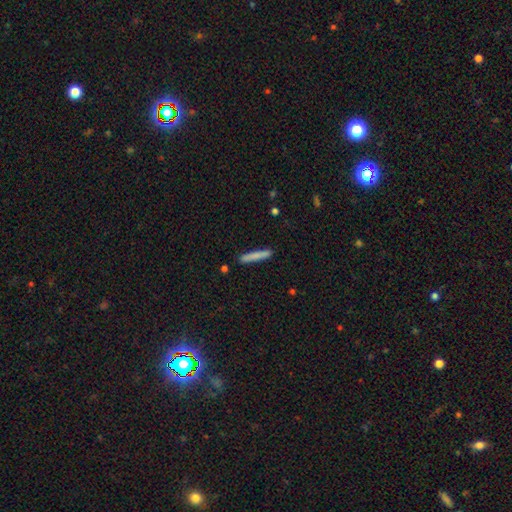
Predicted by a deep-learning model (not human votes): smooth-or-featured: smooth: 80% | featured or disk: 14% | star or artifact: 6%
  how-rounded: cigar-shaped: 95% | in between: 4% | round: 1%
  merging: none: 87% | minor disturbance: 10% | merger: 2% | major disturbance: 2%